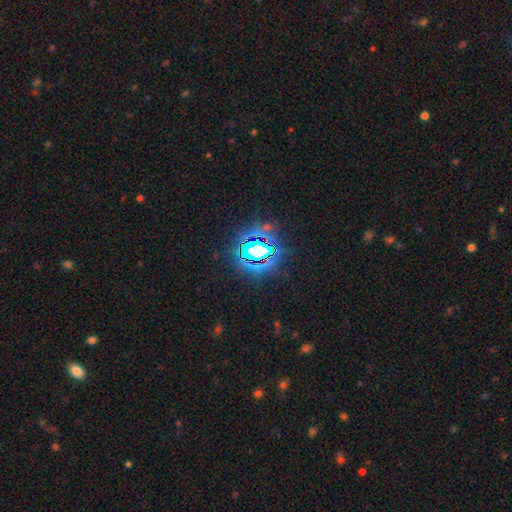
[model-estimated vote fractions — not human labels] Overall: star or artifact (74%).